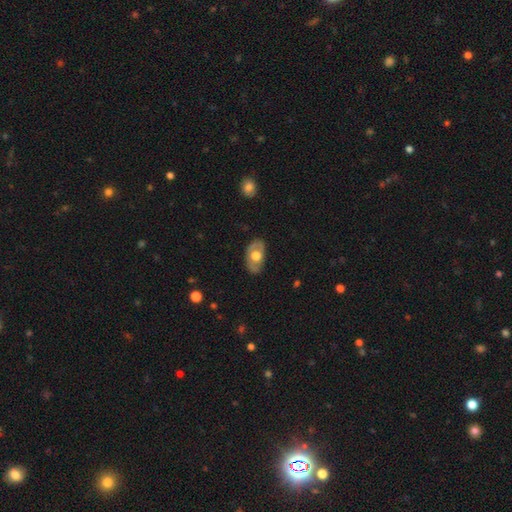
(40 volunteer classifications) Overall: smooth (52%; featured or disk 38%). How rounded: in between (86%). Merging: none (64%).